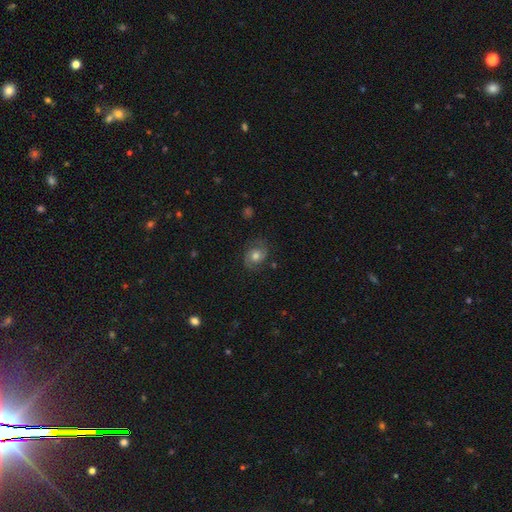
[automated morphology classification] Smooth or featured?
  - featured or disk: 69% *
  - smooth: 21%
  - star or artifact: 10%
Edge-on disk?
  - no: 98% *
  - yes: 2%
Bar?
  - no: 72% *
  - weak: 23%
  - strong: 5%
Spiral arms?
  - yes: 92% *
  - no: 8%
Spiral winding?
  - medium: 49% *
  - tight: 33%
  - loose: 17%
Spiral arm count?
  - 2: 89% *
  - can't tell: 5%
  - 1: 2%
  - 3: 1%
  - 4: 1%
  - more than 4: 1%
Bulge size?
  - moderate: 67% *
  - small: 17%
  - large: 13%
  - none: 2%
  - dominant: 2%
Merging?
  - none: 79% *
  - minor disturbance: 14%
  - major disturbance: 6%
  - merger: 1%